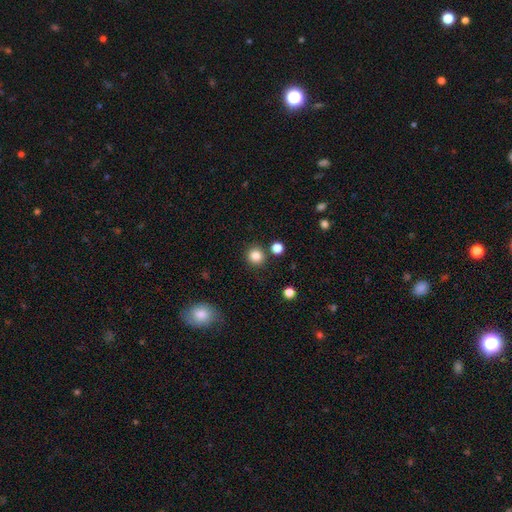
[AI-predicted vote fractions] This is clearly a smooth galaxy (85%). How rounded: clearly round (92%). Merging: clearly none (86%).